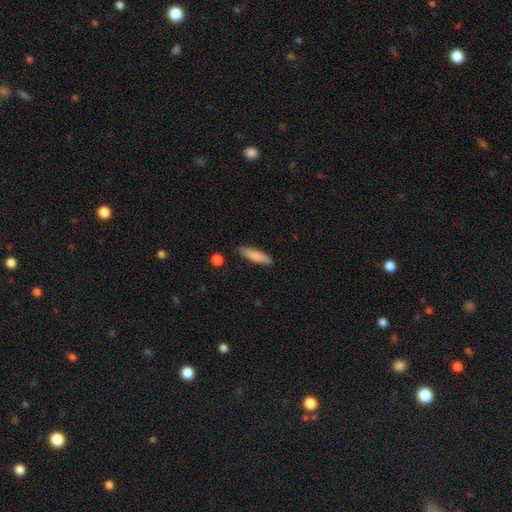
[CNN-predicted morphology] This appears to be a smooth galaxy with no disk features (83%) that is cigar-shaped (71%). Merging: none (87%).